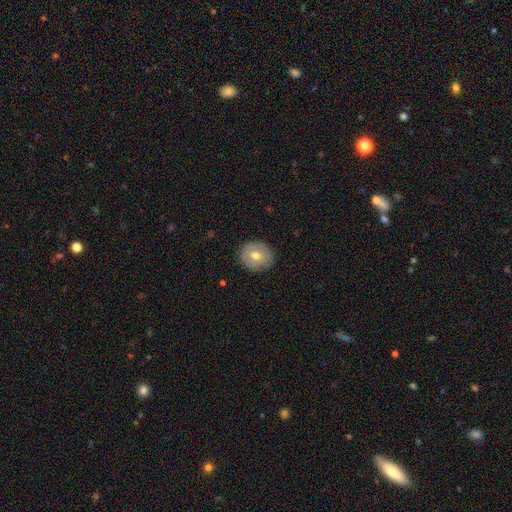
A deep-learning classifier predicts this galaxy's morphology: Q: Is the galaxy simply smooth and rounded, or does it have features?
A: smooth — 65%.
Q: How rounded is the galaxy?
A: round — 82%.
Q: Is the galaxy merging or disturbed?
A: none — 89%.